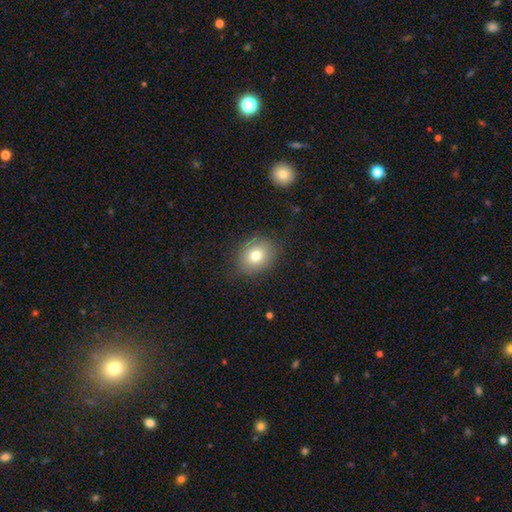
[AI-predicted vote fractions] The model was most divided on "how rounded": round: 55%, in between: 44%, cigar-shaped: 1%. More confident: merging — none (82%); smooth or featured — smooth (77%).